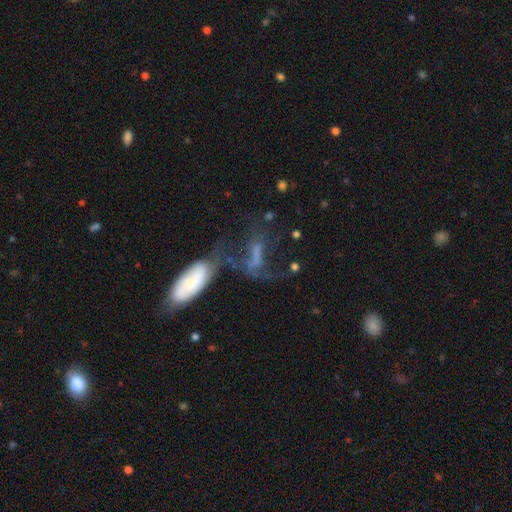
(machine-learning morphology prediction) A featured or disk galaxy (44%).

Vote fractions:
- Smooth or featured? featured or disk: 44% / smooth: 38% / star or artifact: 18%
- Merging? merger: 31% / major disturbance: 28% / none: 27% / minor disturbance: 14%